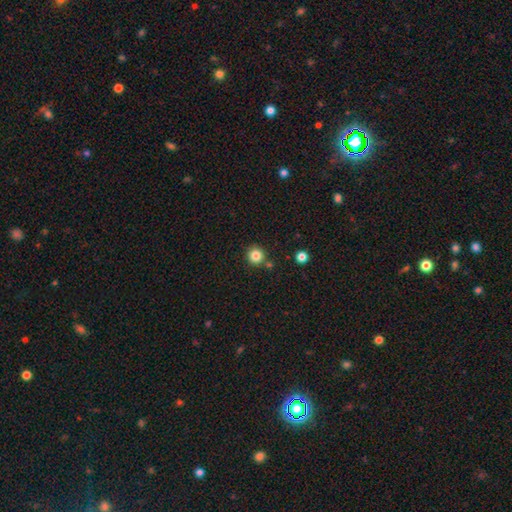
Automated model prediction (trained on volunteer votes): Q: Smooth or featured?
A: smooth (84%); runner-up: star or artifact (11%)
Q: How rounded?
A: round (93%); runner-up: in between (6%)
Q: Merging?
A: none (85%); runner-up: minor disturbance (7%)